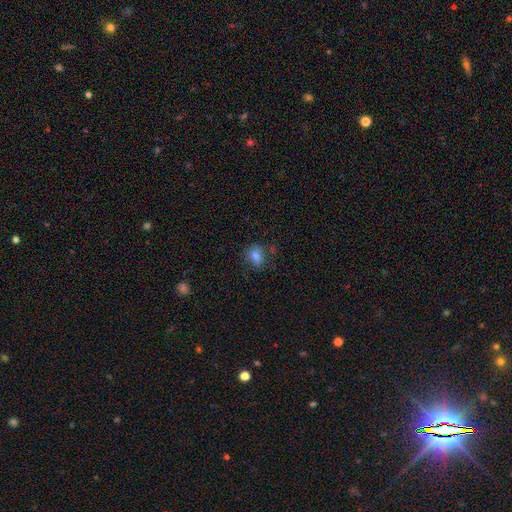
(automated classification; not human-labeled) The model was most divided on "how rounded": in between: 57%, round: 42%, cigar-shaped: 2%. More confident: smooth or featured — smooth (78%); merging — none (67%).